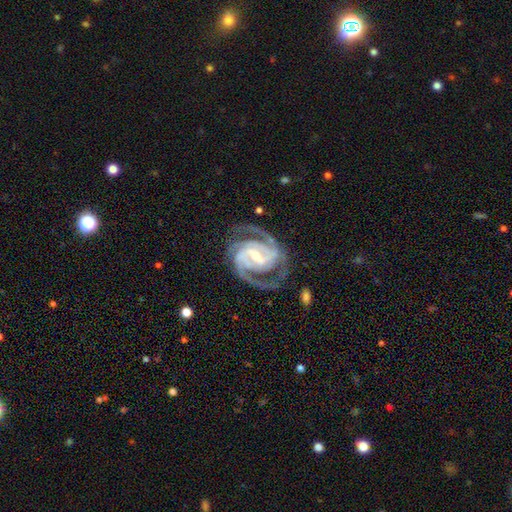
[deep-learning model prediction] Overall: featured or disk (93%). Edge-on disk: no (98%). Bar: strong (49%; weak 41%). Spiral arms: yes (99%). Spiral arm count: 2 (71%). Spiral winding: tight (53%; medium 42%). Bulge size: moderate (50%; small 42%). Merging: none (77%).